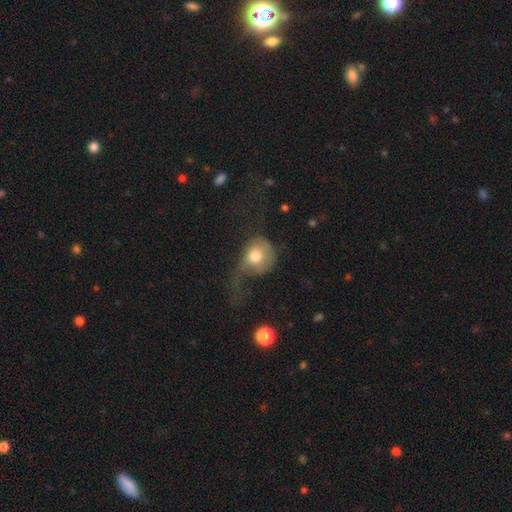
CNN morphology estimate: smooth 68%, featured or disk 25%, star or artifact 7%. Down the decision tree: how rounded — round (68%); merging — major disturbance (61%).